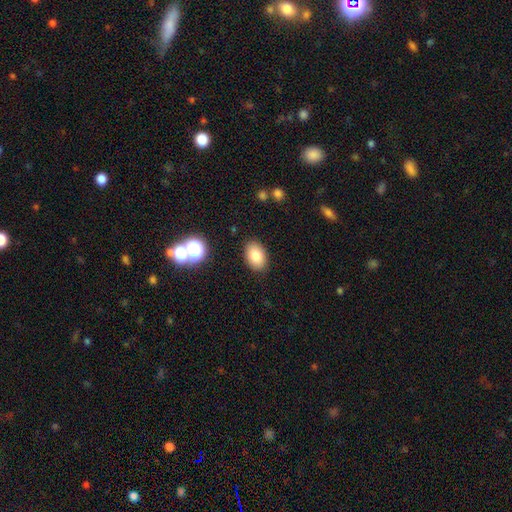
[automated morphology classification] Smooth or featured? Predicted: smooth (p=0.81). How rounded? Predicted: in between (p=0.85). Merging? Predicted: none (p=0.87).